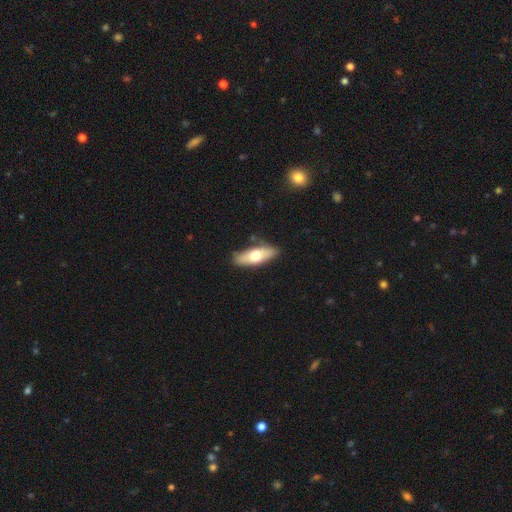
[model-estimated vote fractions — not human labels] smooth_or_featured: smooth (p=0.59) [alt: featured or disk p=0.35]
how_rounded: in between (p=0.63) [alt: cigar-shaped p=0.34]
merging: none (p=0.84) [alt: minor disturbance p=0.12]